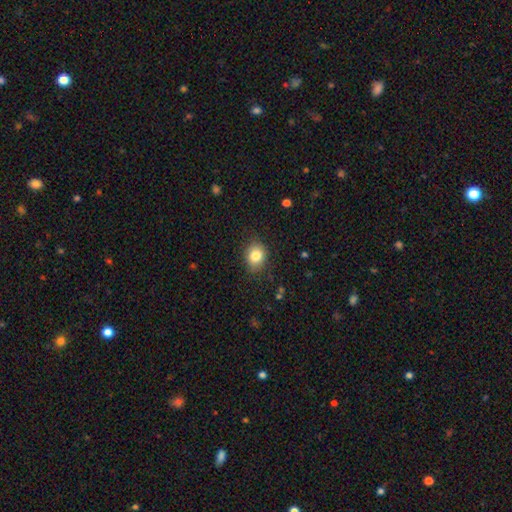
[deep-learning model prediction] Overall: smooth (83%). How rounded: round (51%; in between 48%). Merging: none (83%).